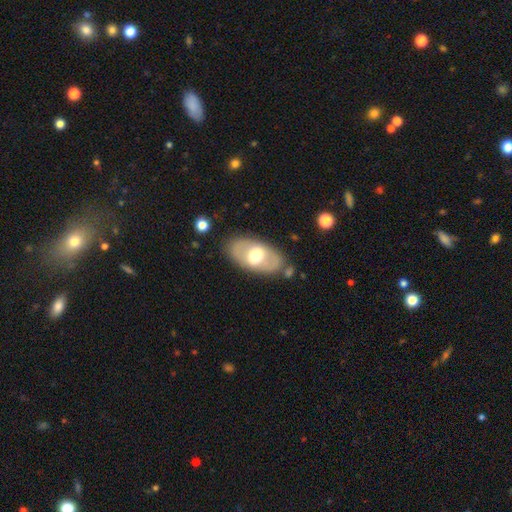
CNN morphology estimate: This is possibly a smooth galaxy (48%). Merging: likely none (79%).